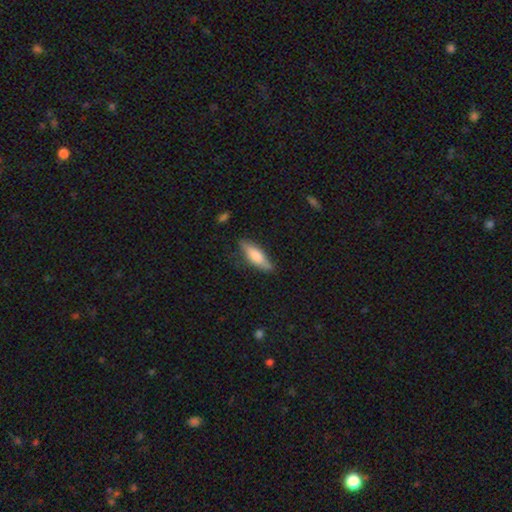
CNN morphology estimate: The model was most divided on "how rounded": cigar-shaped: 54%, in between: 44%, round: 2%. More confident: merging — none (77%); smooth or featured — smooth (67%).